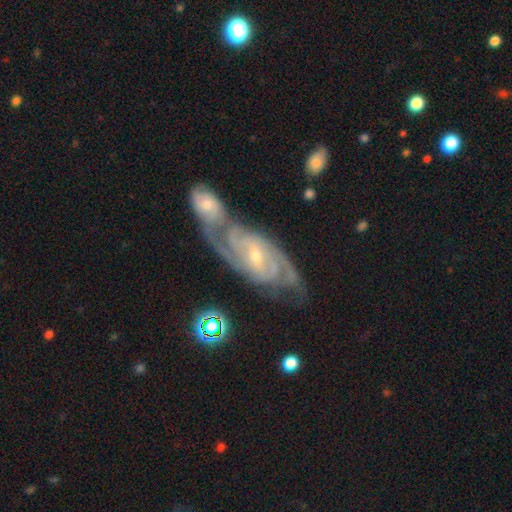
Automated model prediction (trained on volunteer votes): A featured or disk galaxy (87%) with no bar (48%), 2 (56%) tight (59%) spiral arms (96%) and a small central bulge (71%). Merging: none (41%).